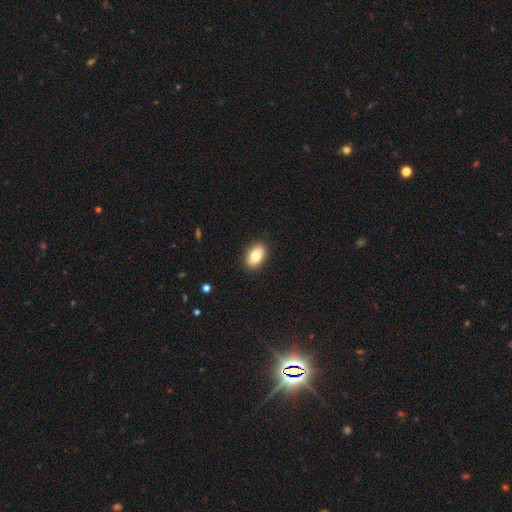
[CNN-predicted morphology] type=smooth (80%); roundness=in between (89%); merging=none (89%).